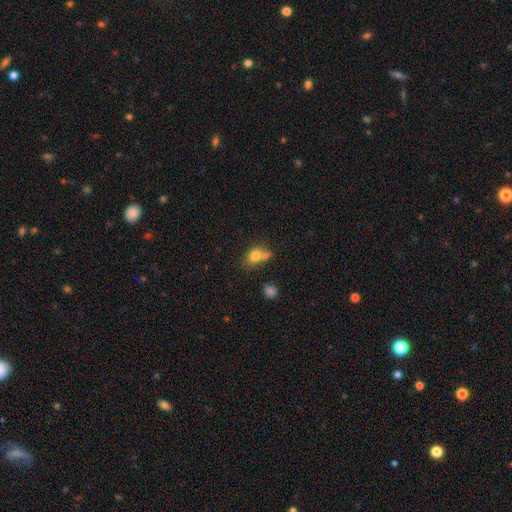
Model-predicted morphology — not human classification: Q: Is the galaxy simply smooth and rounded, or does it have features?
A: smooth — 77%.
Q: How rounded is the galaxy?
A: in between — 58%.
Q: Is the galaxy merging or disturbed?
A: none — 41%.